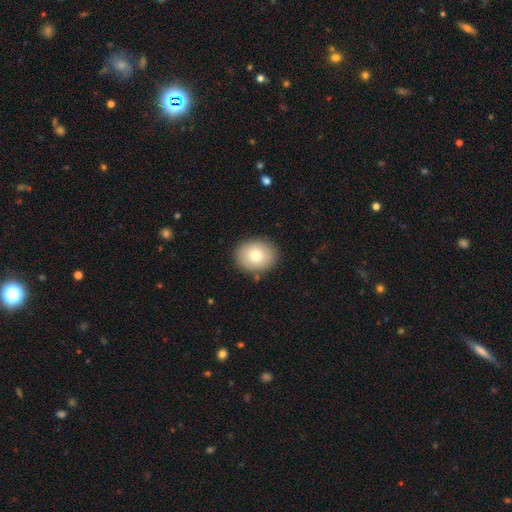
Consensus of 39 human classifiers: Smooth or featured: smooth — 85% (featured or disk — 10%)
How rounded: round — 52% (in between — 48%)
Merging: none — 97% (minor disturbance — 3%)